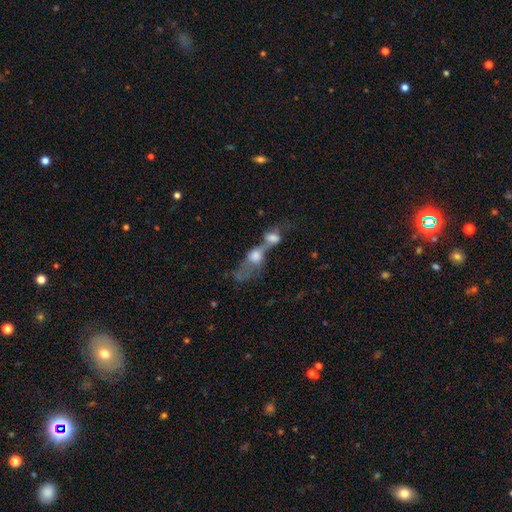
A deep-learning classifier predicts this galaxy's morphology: A smooth galaxy with no disk features (49%).

Vote fractions:
- Smooth or featured? smooth: 49% / featured or disk: 37% / star or artifact: 14%
- Merging? merger: 76% / major disturbance: 10% / none: 9% / minor disturbance: 5%